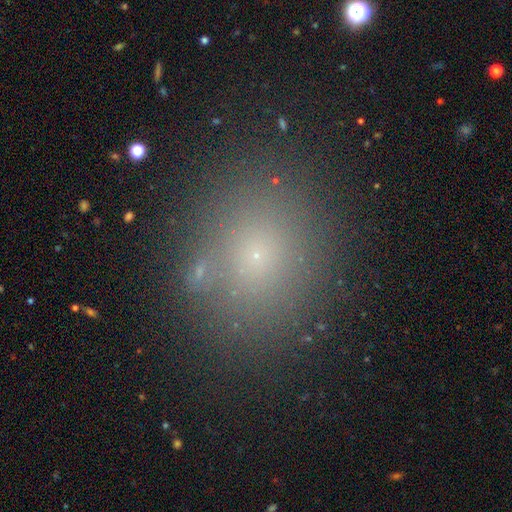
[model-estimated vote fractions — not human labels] Overall: smooth (64%; star or artifact 26%). How rounded: round (71%). Merging: none (84%).